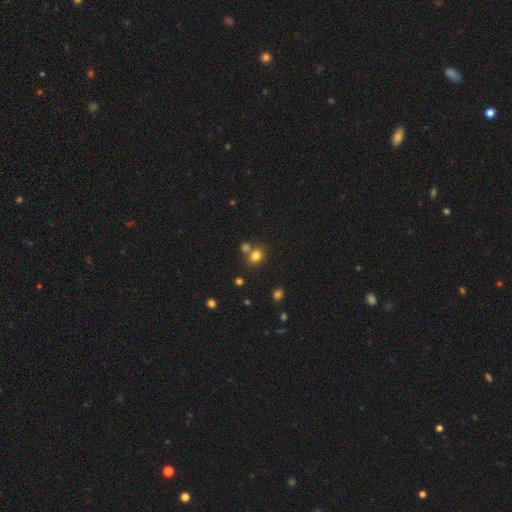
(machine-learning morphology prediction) Smooth or featured: smooth — 78% (star or artifact — 15%)
How rounded: round — 68% (in between — 31%)
Merging: none — 61% (merger — 26%)